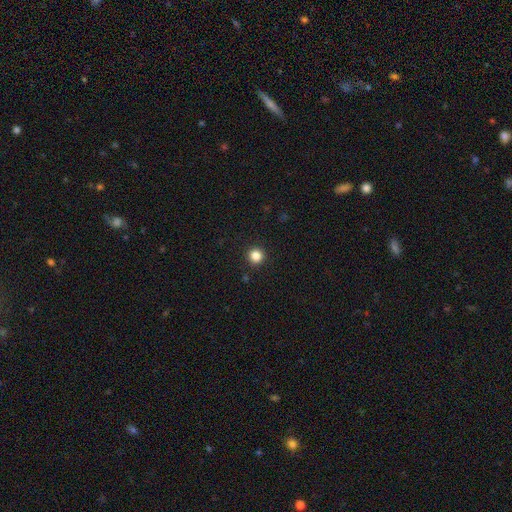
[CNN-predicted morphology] A smooth galaxy with no disk features (84%) that is round (95%).

Vote fractions:
- Smooth or featured? smooth: 84% / star or artifact: 12% / featured or disk: 4%
- How rounded? round: 95% / in between: 4% / cigar-shaped: 1%
- Merging? none: 92% / minor disturbance: 5% / major disturbance: 2% / merger: 1%